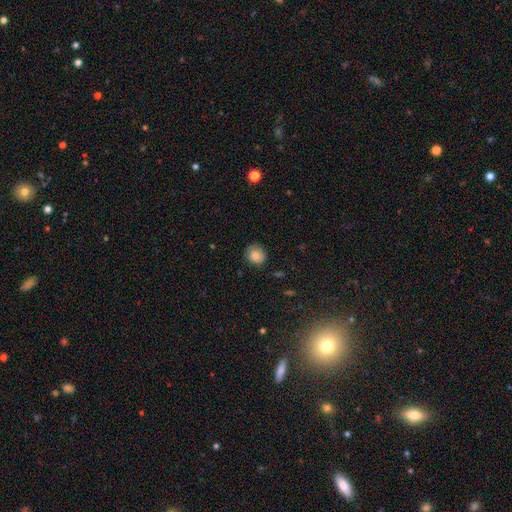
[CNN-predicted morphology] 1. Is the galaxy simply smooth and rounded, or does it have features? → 83% smooth, 9% star or artifact, 7% featured or disk.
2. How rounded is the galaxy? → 82% round, 17% in between, 1% cigar-shaped.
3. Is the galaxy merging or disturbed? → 78% none, 17% minor disturbance, 3% major disturbance, 1% merger.